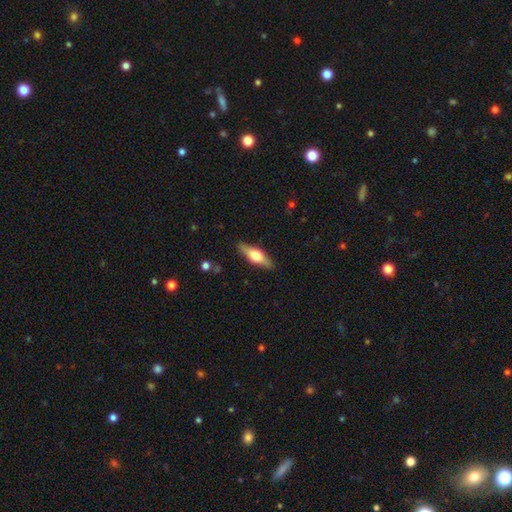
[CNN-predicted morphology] This is possibly a featured or disk galaxy (47%, tied with smooth). Merging: clearly none (88%).